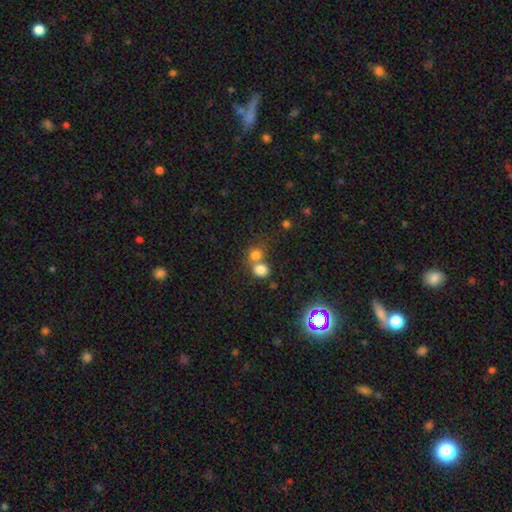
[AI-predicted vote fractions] smooth_or_featured: smooth (p=0.77) [alt: star or artifact p=0.14]
how_rounded: round (p=0.75) [alt: in between p=0.24]
merging: merger (p=0.50) [alt: none p=0.40]